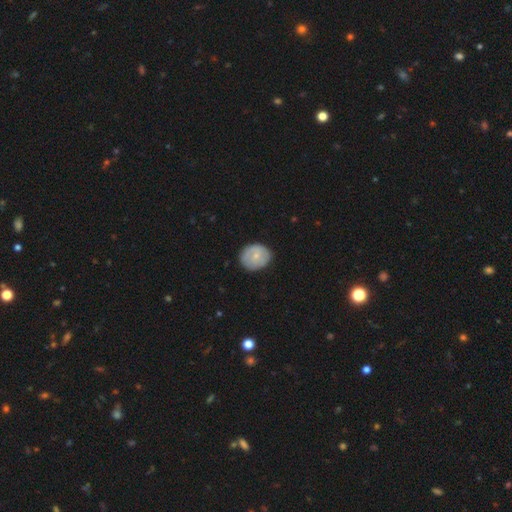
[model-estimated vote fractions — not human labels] A smooth galaxy with no disk features (61%) that is round (70%). Merging: none (80%).